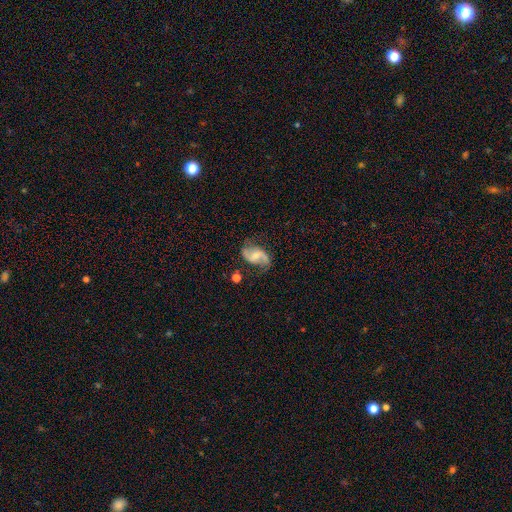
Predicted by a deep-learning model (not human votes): This is clearly a featured or disk galaxy (82%). It is clearly not viewed edge-on (97%). Bar: possibly weak (47%). Spiral arm pattern: clearly yes (95%). Spiral arm count: clearly 2 (91%). Spiral winding: possibly loose (53%). Central bulge: marginally small (42%). Merging: likely none (69%).